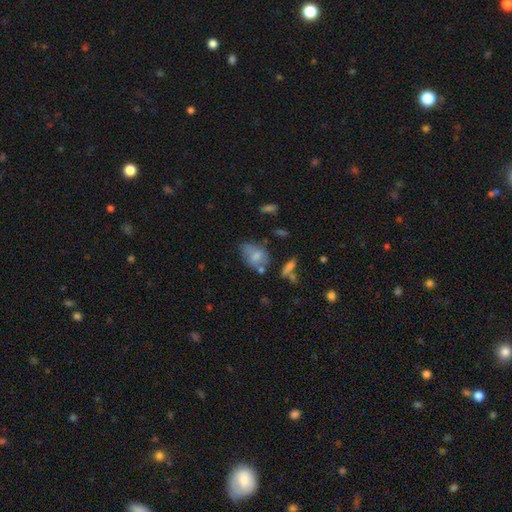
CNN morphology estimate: type=smooth (67%); roundness=in between (74%); merging=none (44%).